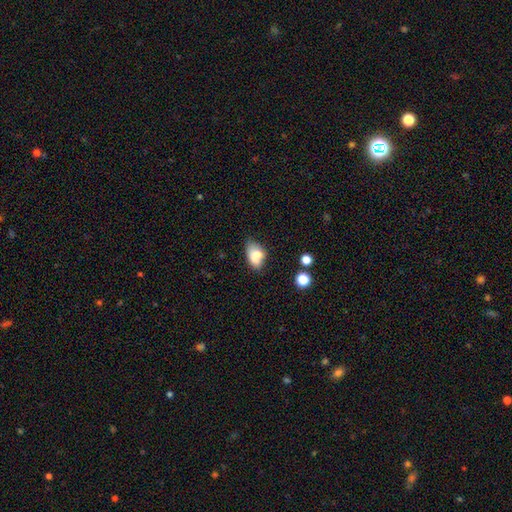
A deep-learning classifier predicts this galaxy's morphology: A smooth galaxy with no disk features (70%) that is in between round and cigar-shaped (83%).

Vote fractions:
- Smooth or featured? smooth: 70% / featured or disk: 20% / star or artifact: 10%
- How rounded? in between: 83% / round: 15% / cigar-shaped: 2%
- Merging? none: 38% / merger: 29% / minor disturbance: 24% / major disturbance: 10%